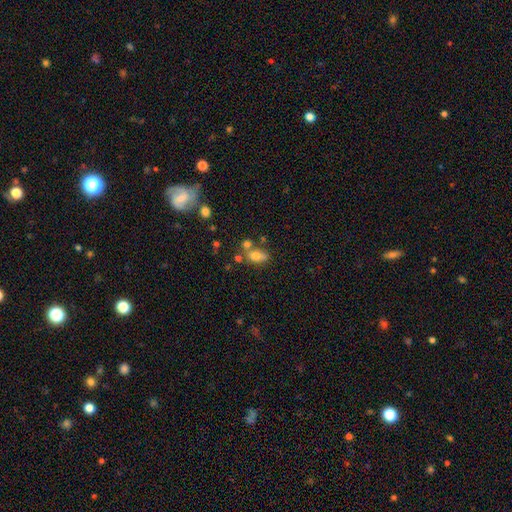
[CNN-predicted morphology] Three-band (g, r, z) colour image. It shows a smooth galaxy with no disk features (72%) that is in between round and cigar-shaped (81%). Merging: none (50%).